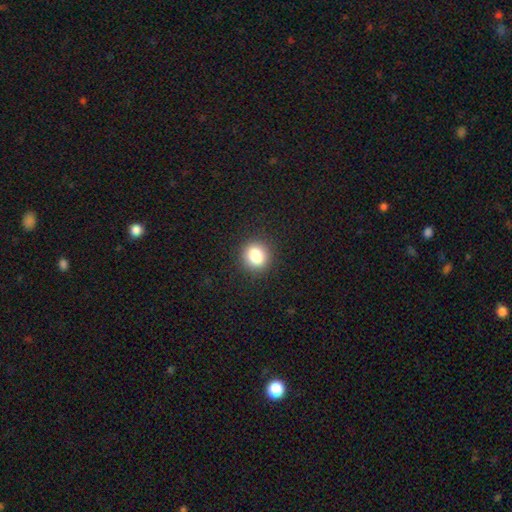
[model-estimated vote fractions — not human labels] A smooth galaxy with no disk features (84%) that is round (83%).

Vote fractions:
- Smooth or featured? smooth: 84% / star or artifact: 10% / featured or disk: 6%
- How rounded? round: 83% / in between: 16% / cigar-shaped: 1%
- Merging? none: 90% / minor disturbance: 7% / major disturbance: 2% / merger: 1%